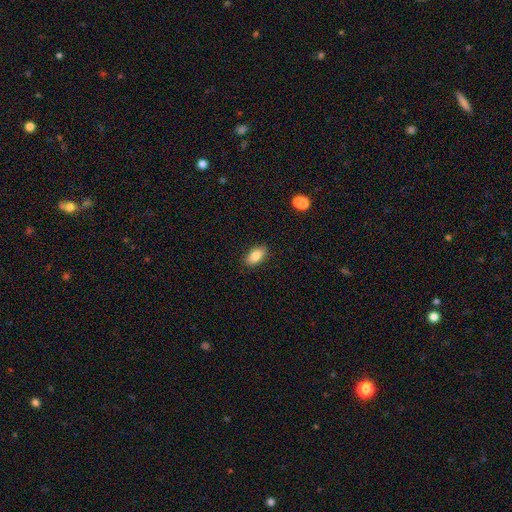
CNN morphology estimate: Smooth or featured: smooth — 85% (featured or disk — 8%)
How rounded: in between — 91% (cigar-shaped — 5%)
Merging: none — 88% (minor disturbance — 8%)